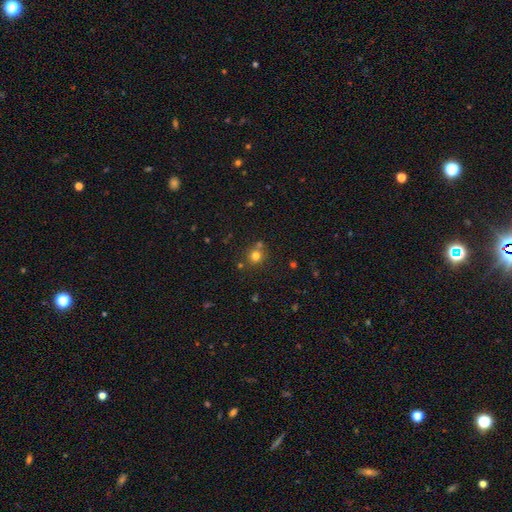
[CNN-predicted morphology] A smooth galaxy with no disk features (76%) that is round (89%).

Vote fractions:
- Smooth or featured? smooth: 76% / star or artifact: 16% / featured or disk: 8%
- How rounded? round: 89% / in between: 10% / cigar-shaped: 1%
- Merging? none: 70% / merger: 18% / minor disturbance: 9% / major disturbance: 3%